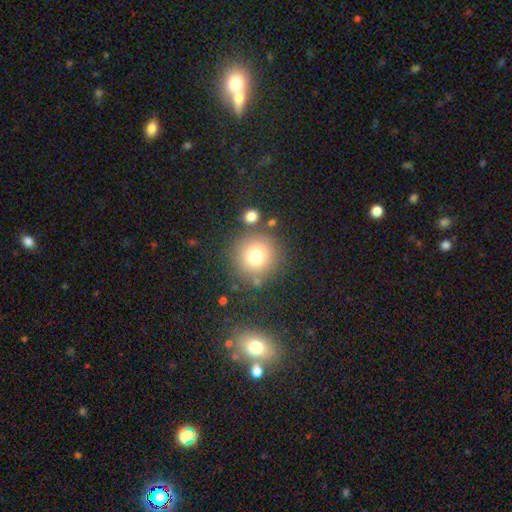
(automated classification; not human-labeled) Smooth or featured?
  - smooth: 75% *
  - star or artifact: 14%
  - featured or disk: 12%
How rounded?
  - round: 94% *
  - in between: 5%
  - cigar-shaped: 1%
Merging?
  - none: 79% *
  - minor disturbance: 10%
  - merger: 7%
  - major disturbance: 4%